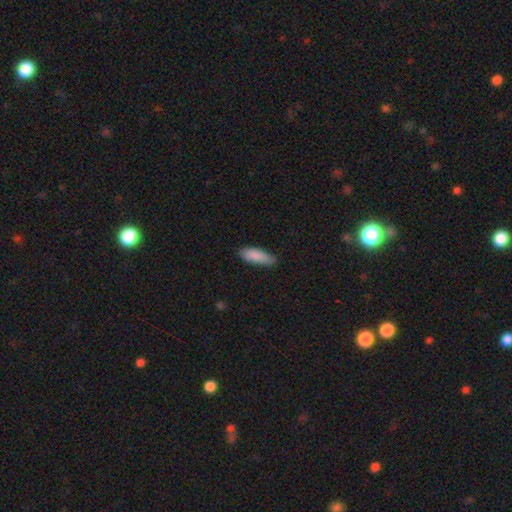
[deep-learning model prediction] smooth-or-featured: smooth: 88% | featured or disk: 6% | star or artifact: 6%
  how-rounded: in between: 64% | cigar-shaped: 35% | round: 2%
  merging: none: 75% | minor disturbance: 21% | major disturbance: 3% | merger: 1%